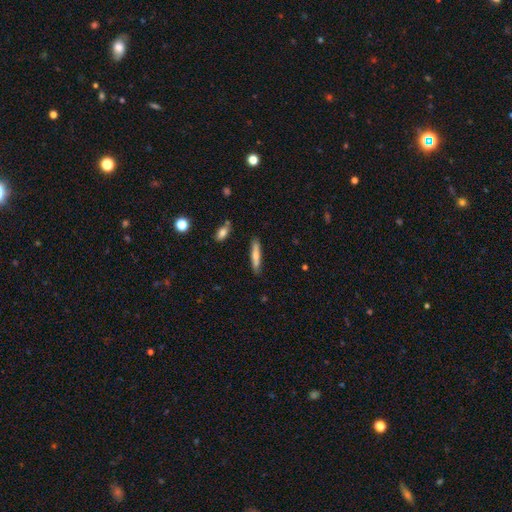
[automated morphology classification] type=smooth (60%); roundness=cigar-shaped (89%); merging=none (85%).